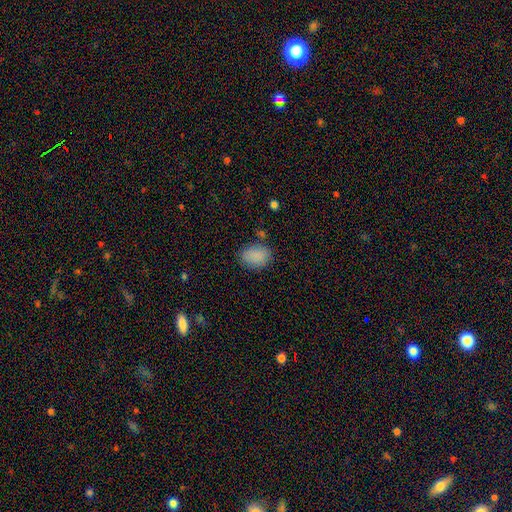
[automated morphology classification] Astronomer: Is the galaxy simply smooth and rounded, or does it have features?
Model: smooth — 87%.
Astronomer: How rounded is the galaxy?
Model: in between — 66%.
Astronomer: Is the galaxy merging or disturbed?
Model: none — 79%.